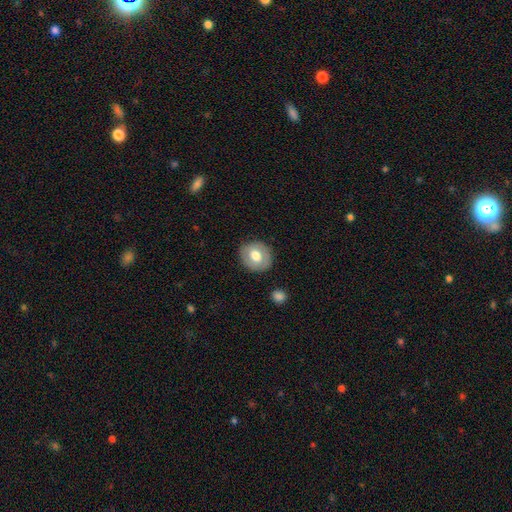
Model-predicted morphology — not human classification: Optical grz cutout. It shows a smooth galaxy with no disk features (62%) that is round (76%). Merging: none (86%).